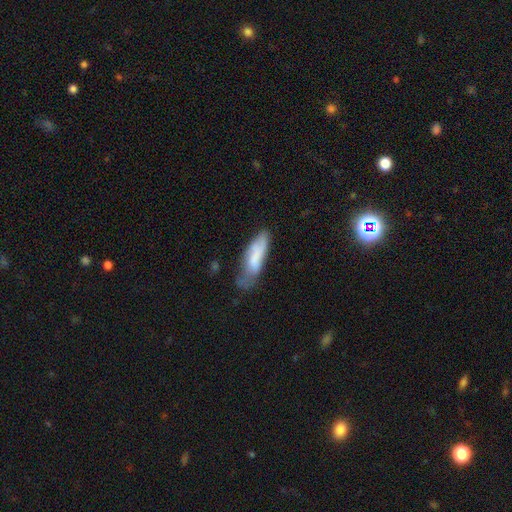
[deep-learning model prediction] Smooth or featured? smooth (70%)
How rounded? in between (52%)
Merging? none (40%)